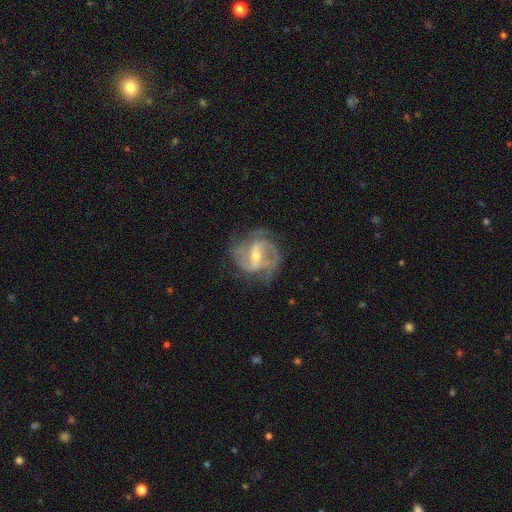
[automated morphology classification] featured or disk 89%, smooth 6%, star or artifact 5%. Down the decision tree: edge-on disk — no (97%); bar — strong (44%); spiral arms — yes (96%); spiral arm count — 2 (48%); spiral winding — medium (52%); bulge size — small (53%); merging — none (69%).